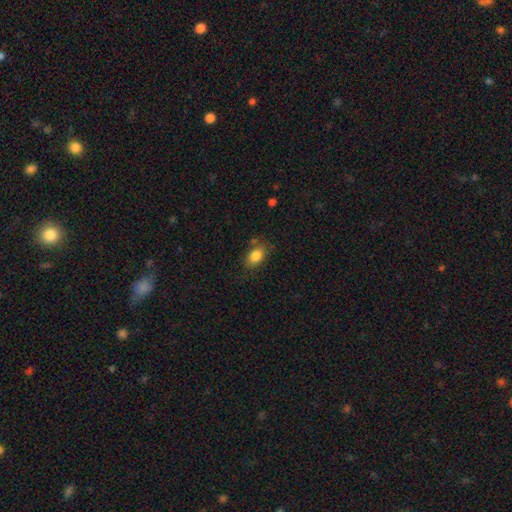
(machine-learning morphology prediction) type=smooth (85%); roundness=in between (85%); merging=none (74%).